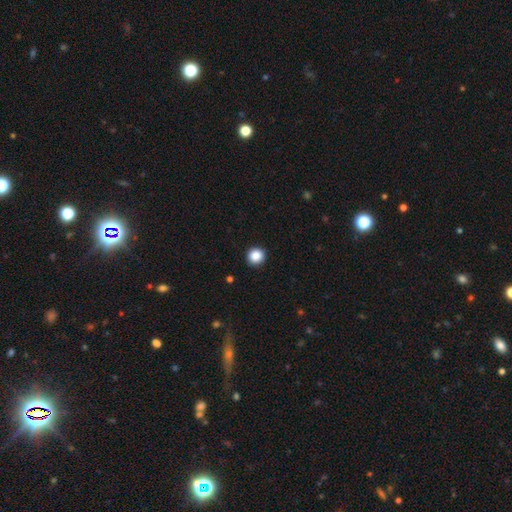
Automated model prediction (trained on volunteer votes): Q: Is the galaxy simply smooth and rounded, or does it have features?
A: smooth — 87%.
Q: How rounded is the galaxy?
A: round — 92%.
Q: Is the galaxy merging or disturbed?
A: none — 93%.